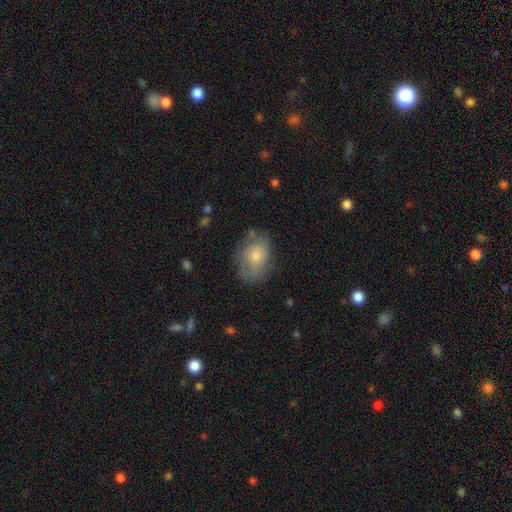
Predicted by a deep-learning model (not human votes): The model was most divided on "merging": none: 65%, minor disturbance: 24%, major disturbance: 8%, merger: 2%. More confident: how rounded — in between (81%); smooth or featured — smooth (67%).